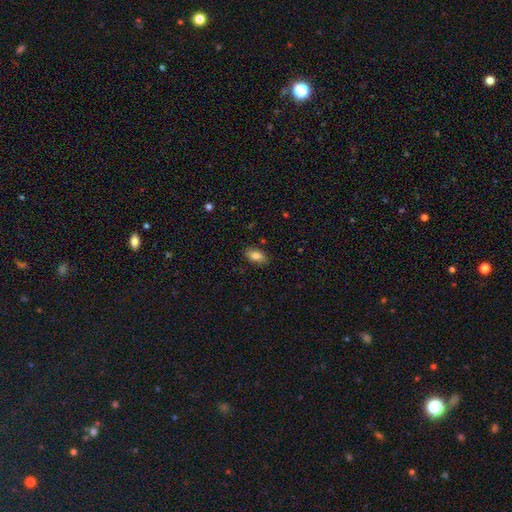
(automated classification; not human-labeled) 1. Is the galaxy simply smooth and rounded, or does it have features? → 84% smooth, 8% star or artifact, 8% featured or disk.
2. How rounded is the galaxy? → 90% in between, 6% cigar-shaped, 4% round.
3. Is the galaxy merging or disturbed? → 85% none, 11% minor disturbance, 3% major disturbance, 1% merger.